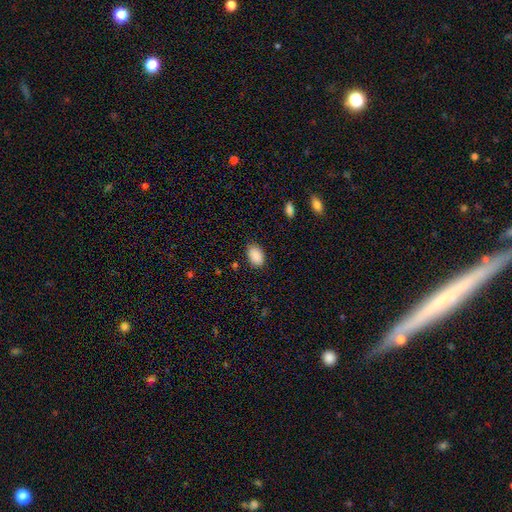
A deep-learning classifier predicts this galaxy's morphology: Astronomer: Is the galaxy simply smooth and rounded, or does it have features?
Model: smooth — 90%.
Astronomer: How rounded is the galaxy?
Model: in between — 86%.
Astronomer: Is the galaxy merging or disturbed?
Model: none — 83%.